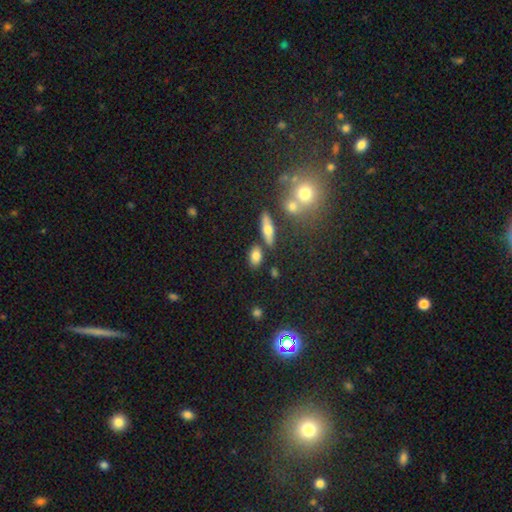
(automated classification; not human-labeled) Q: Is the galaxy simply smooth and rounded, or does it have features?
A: smooth — 79%.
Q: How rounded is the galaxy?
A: in between — 82%.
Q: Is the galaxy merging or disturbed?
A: none — 74%.